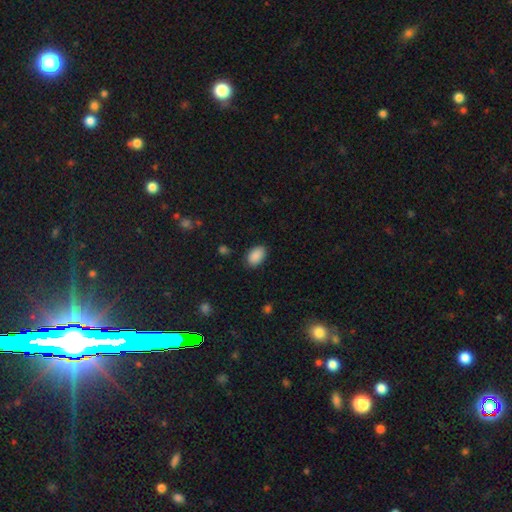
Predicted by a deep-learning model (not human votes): Morphology: type=smooth (89%); roundness=in between (90%); merging=none (83%).